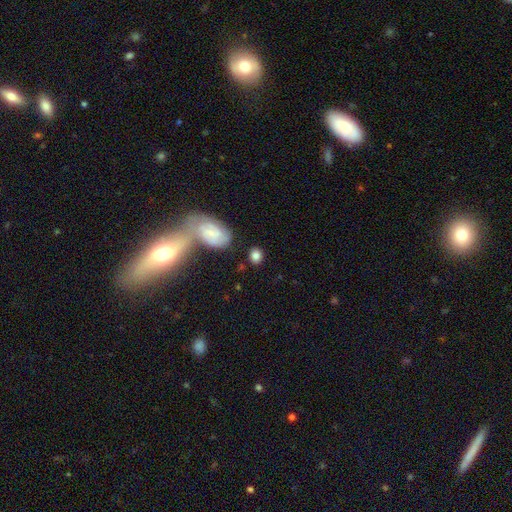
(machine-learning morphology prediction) Q: Smooth or featured?
A: smooth (76%); runner-up: featured or disk (17%)
Q: How rounded?
A: round (55%); runner-up: in between (43%)
Q: Merging?
A: none (74%); runner-up: minor disturbance (13%)